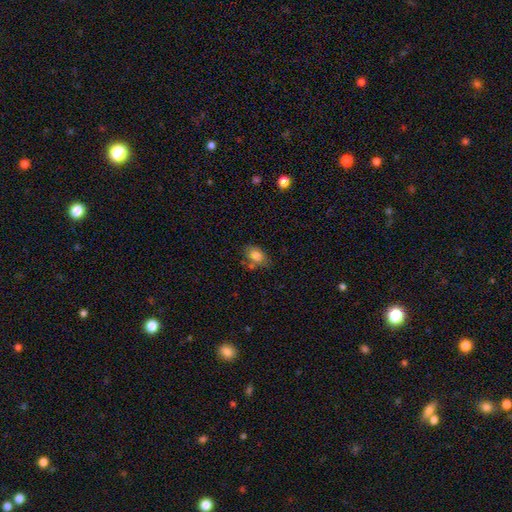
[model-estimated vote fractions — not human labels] Smooth or featured: smooth — 80% (featured or disk — 11%)
How rounded: in between — 78% (round — 21%)
Merging: none — 57% (minor disturbance — 24%)